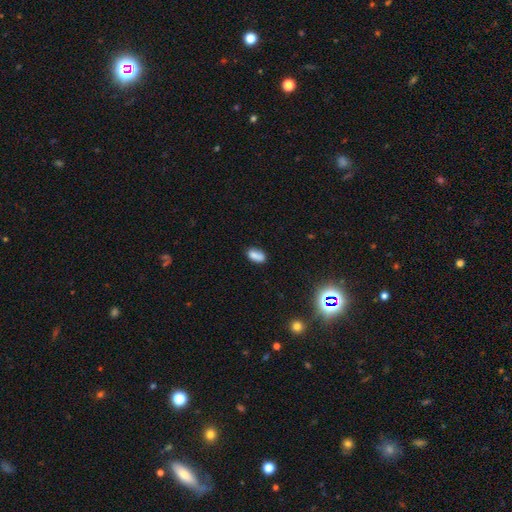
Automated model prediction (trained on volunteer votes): Morphology: type=smooth (79%); roundness=in between (88%); merging=none (60%).